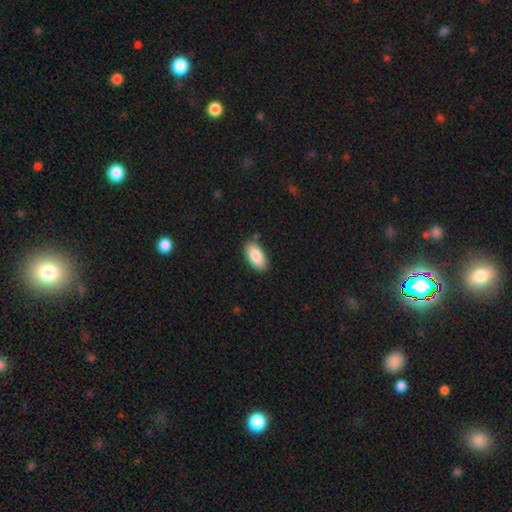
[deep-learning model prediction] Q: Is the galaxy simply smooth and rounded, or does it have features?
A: smooth — 86%.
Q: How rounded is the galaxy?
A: in between — 93%.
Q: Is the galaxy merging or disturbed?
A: none — 84%.